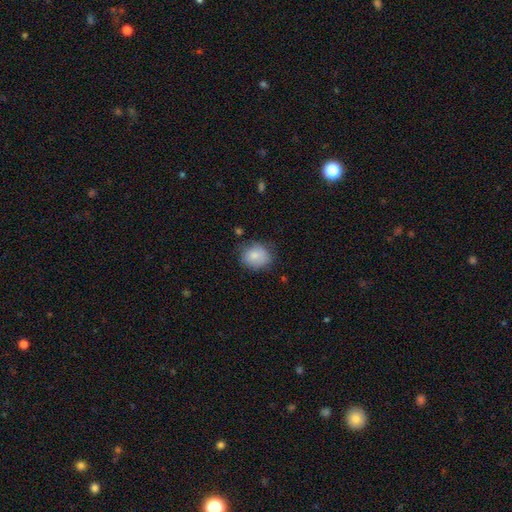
A smooth galaxy with no disk features (88%) that is round (69%).

Vote fractions:
- Smooth or featured? smooth: 88% / featured or disk: 8% / star or artifact: 5%
- How rounded? round: 69% / in between: 31% / cigar-shaped: 0%
- Merging? none: 55% / minor disturbance: 29% / major disturbance: 16% / merger: 0%